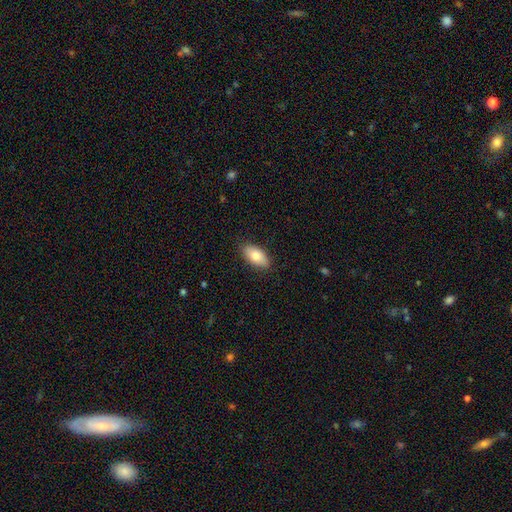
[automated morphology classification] The model was most divided on "smooth or featured": smooth: 80%, featured or disk: 14%, star or artifact: 6%. More confident: how rounded — in between (92%); merging — none (87%).